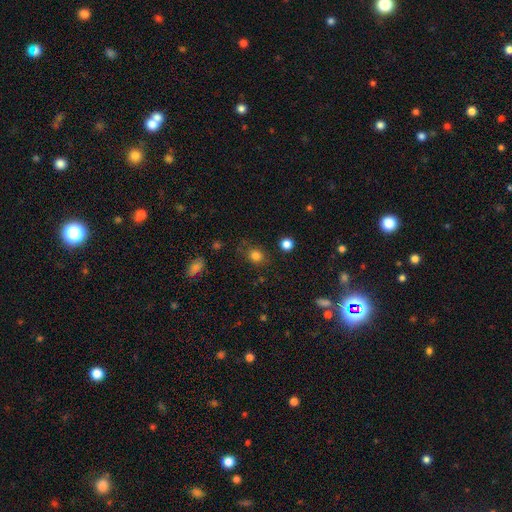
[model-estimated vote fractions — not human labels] Q: Smooth or featured?
A: smooth (82%); runner-up: star or artifact (13%)
Q: How rounded?
A: round (67%); runner-up: in between (32%)
Q: Merging?
A: none (80%); runner-up: minor disturbance (13%)